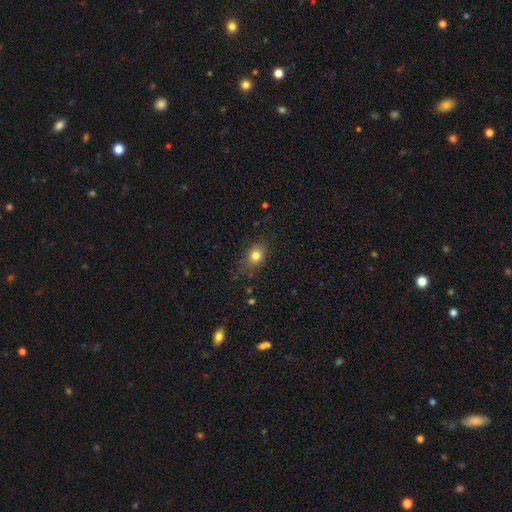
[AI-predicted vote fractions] Q: Smooth or featured?
A: smooth (80%); runner-up: star or artifact (12%)
Q: How rounded?
A: round (51%); runner-up: in between (48%)
Q: Merging?
A: none (76%); runner-up: minor disturbance (18%)